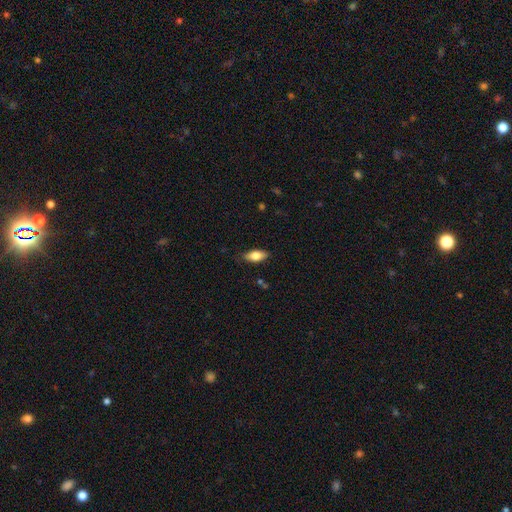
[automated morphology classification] Q: Smooth or featured?
A: smooth (76%); runner-up: featured or disk (17%)
Q: How rounded?
A: in between (85%); runner-up: cigar-shaped (12%)
Q: Merging?
A: none (83%); runner-up: minor disturbance (13%)